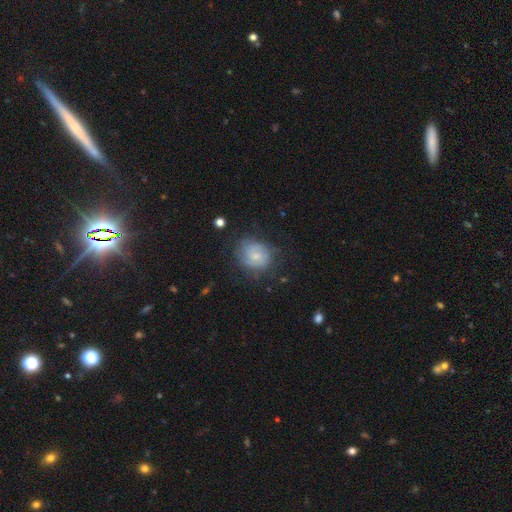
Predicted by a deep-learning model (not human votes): This appears to be a featured or disk galaxy (54%) with no bar (57%), spiral arms (80%) and a small central bulge (58%). Merging: none (64%).